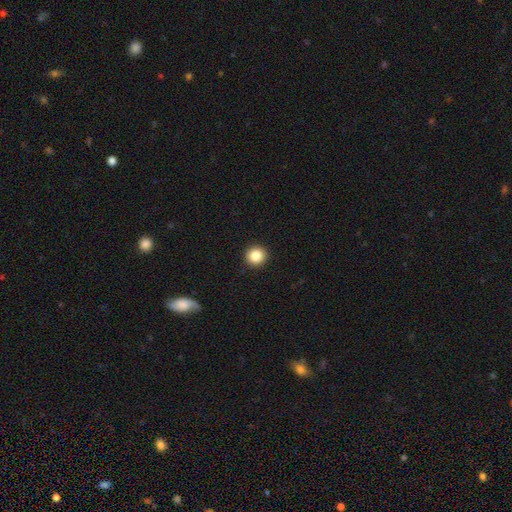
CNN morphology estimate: smooth 86%, star or artifact 10%, featured or disk 4%. Down the decision tree: how rounded — round (92%); merging — none (93%).